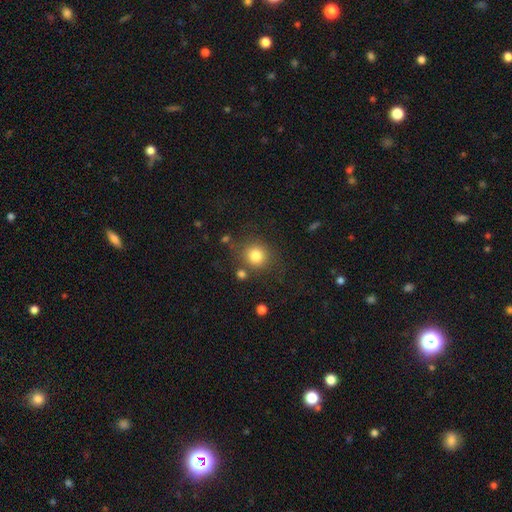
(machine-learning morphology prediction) type=smooth (81%); roundness=round (87%); merging=none (78%).